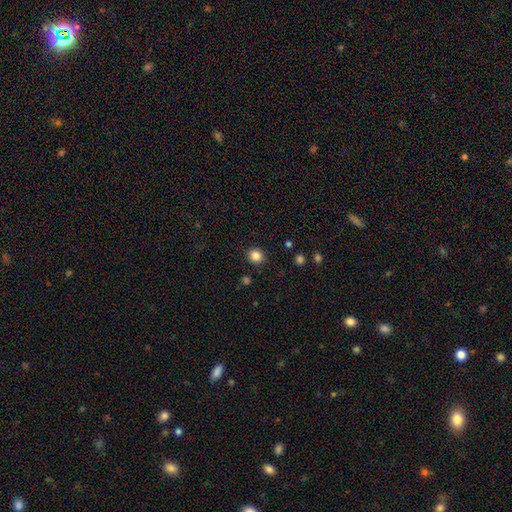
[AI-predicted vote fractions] This appears to be a smooth galaxy with no disk features (84%) that is round (88%). Merging: none (90%).